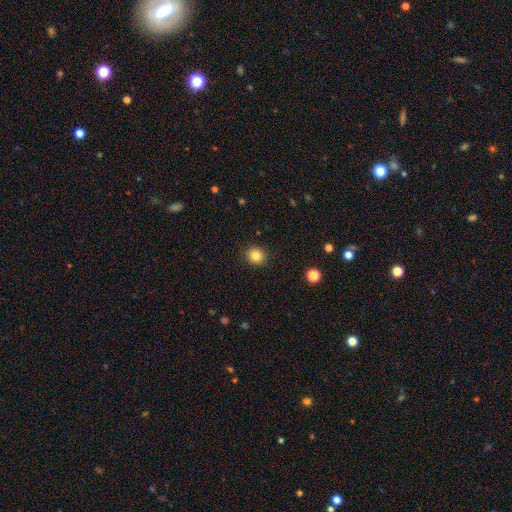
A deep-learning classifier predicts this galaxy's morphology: A smooth galaxy with no disk features (83%) that is round (86%).

Vote fractions:
- Smooth or featured? smooth: 83% / star or artifact: 11% / featured or disk: 6%
- How rounded? round: 86% / in between: 13% / cigar-shaped: 1%
- Merging? none: 91% / minor disturbance: 6% / major disturbance: 2% / merger: 1%